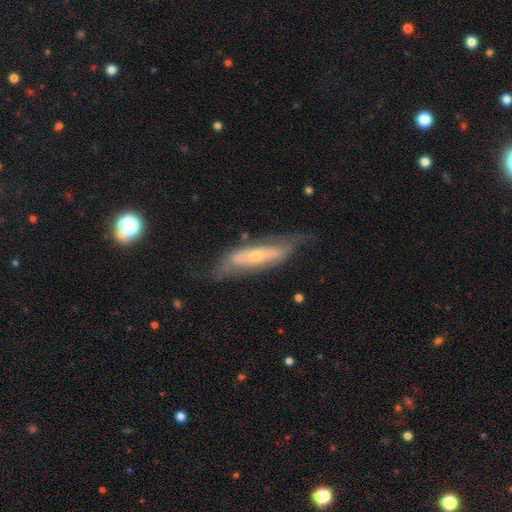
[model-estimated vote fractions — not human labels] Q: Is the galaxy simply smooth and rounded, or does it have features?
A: featured or disk — 63%.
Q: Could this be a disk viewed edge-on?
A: no — 61%.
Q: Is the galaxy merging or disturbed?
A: none — 57%.